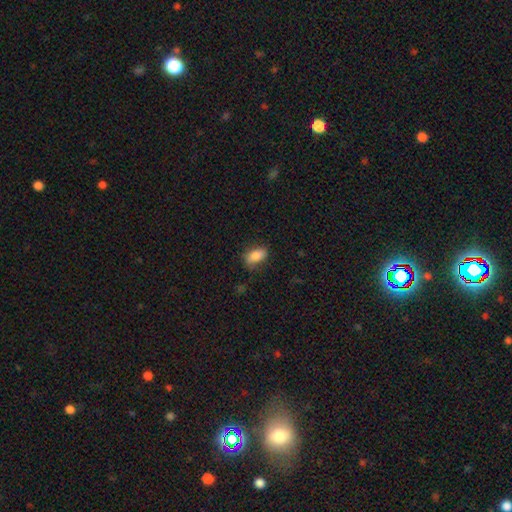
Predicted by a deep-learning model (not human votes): A smooth galaxy with no disk features (85%) that is in between round and cigar-shaped (90%). Merging: none (73%).